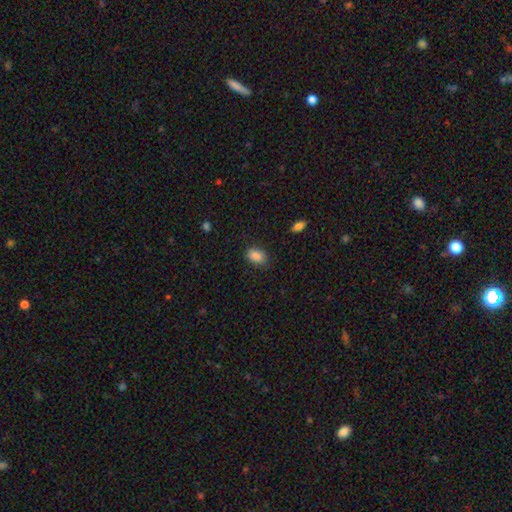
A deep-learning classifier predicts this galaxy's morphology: Overall: smooth (88%). How rounded: in between (85%). Merging: none (80%).